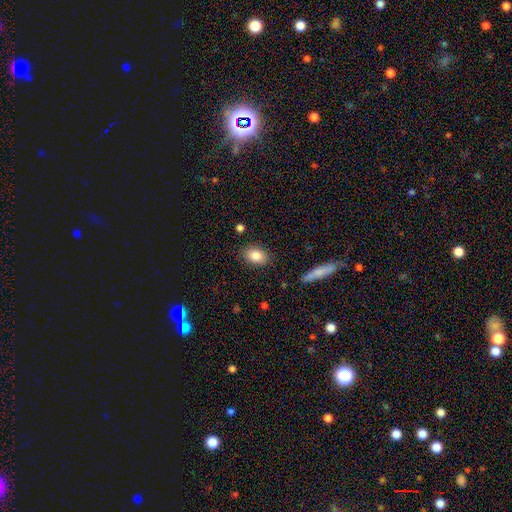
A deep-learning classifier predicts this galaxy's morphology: This appears to be a smooth galaxy with no disk features (85%) that is in between round and cigar-shaped (85%). Merging: none (86%).